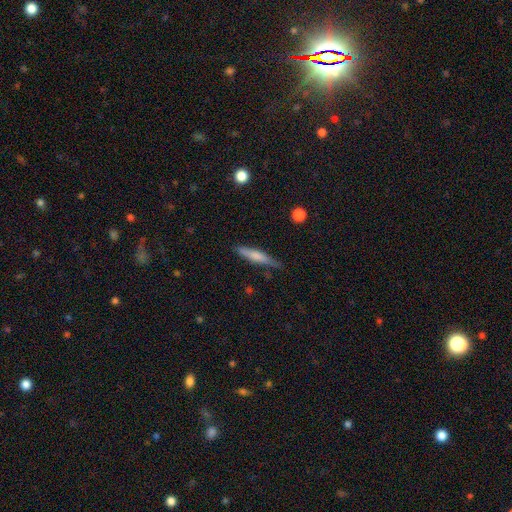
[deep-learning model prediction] The model was most divided on "smooth or featured": smooth: 63%, featured or disk: 31%, star or artifact: 6%. More confident: how rounded — cigar-shaped (88%); merging — none (77%).